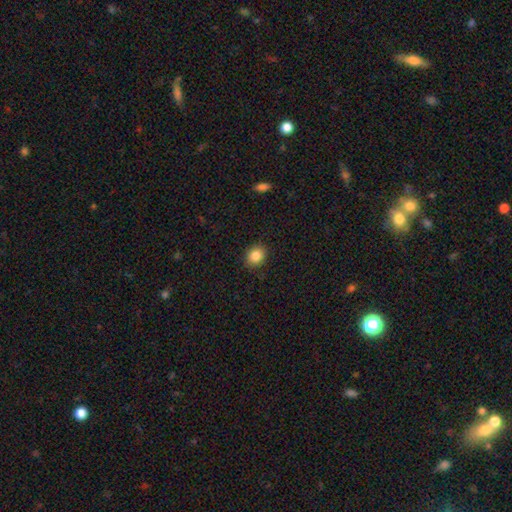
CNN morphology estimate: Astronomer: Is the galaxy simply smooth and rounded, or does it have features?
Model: smooth — 86%.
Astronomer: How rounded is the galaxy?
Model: round — 64%.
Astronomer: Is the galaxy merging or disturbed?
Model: none — 88%.